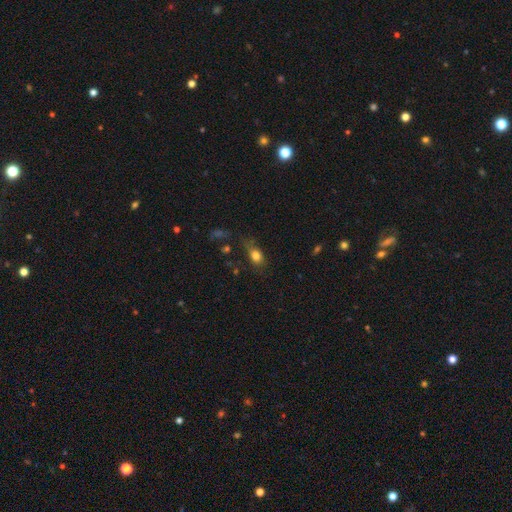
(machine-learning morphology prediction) Smooth or featured? Predicted: smooth (p=0.80). How rounded? Predicted: in between (p=0.68). Merging? Predicted: none (p=0.52).